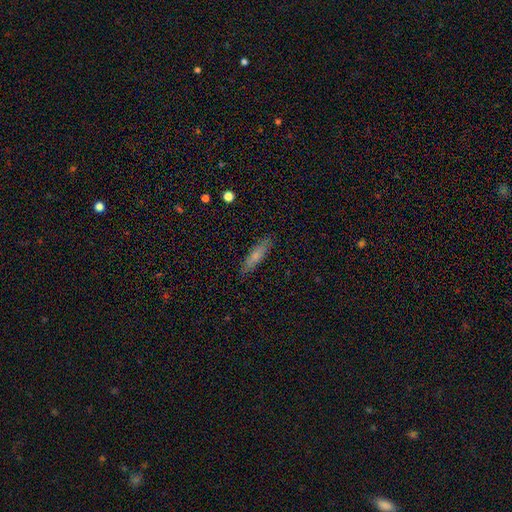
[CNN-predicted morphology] Overall: smooth (68%). How rounded: cigar-shaped (75%). Merging: none (86%).